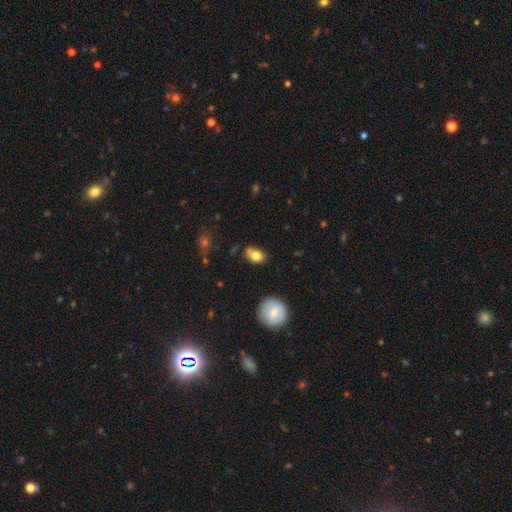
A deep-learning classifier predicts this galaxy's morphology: Smooth or featured: smooth — 79% (featured or disk — 12%)
How rounded: in between — 62% (round — 36%)
Merging: none — 55% (minor disturbance — 24%)